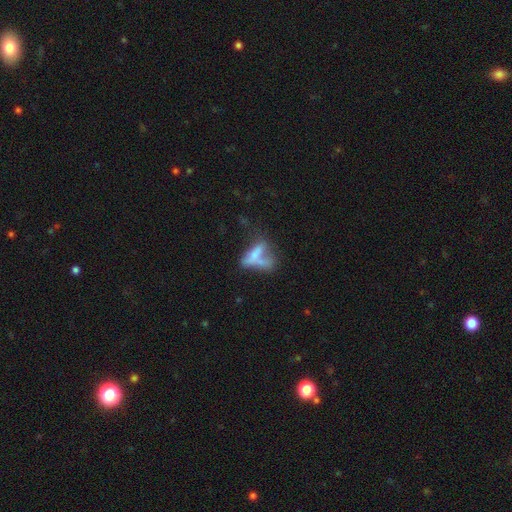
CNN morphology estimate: type=smooth (55%); roundness=in between (53%); merging=merger (48%).